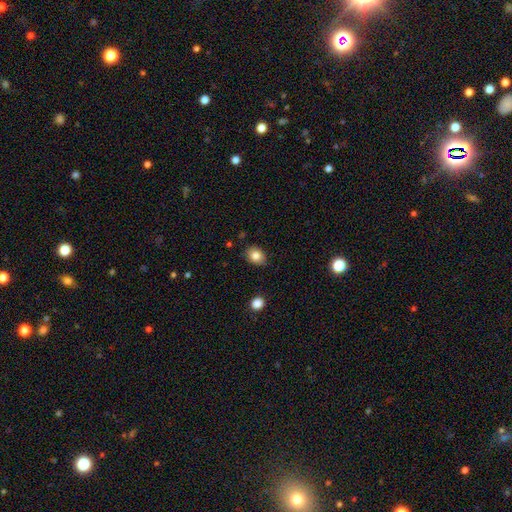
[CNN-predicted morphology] Smooth or featured? Predicted: smooth (p=0.83). How rounded? Predicted: in between (p=0.63). Merging? Predicted: none (p=0.84).